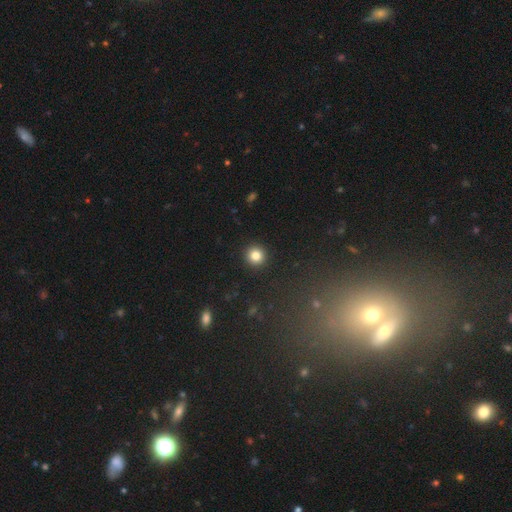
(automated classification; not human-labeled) A smooth galaxy with no disk features (83%) that is round (94%). Merging: none (93%).